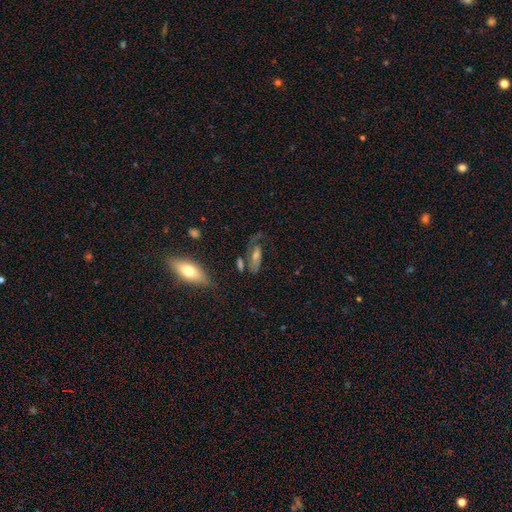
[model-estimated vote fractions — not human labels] smooth-or-featured: featured or disk: 54% | smooth: 33% | star or artifact: 13%
  disk-edge-on: no: 77% | yes: 23%
  merging: none: 53% | minor disturbance: 21% | major disturbance: 18% | merger: 7%